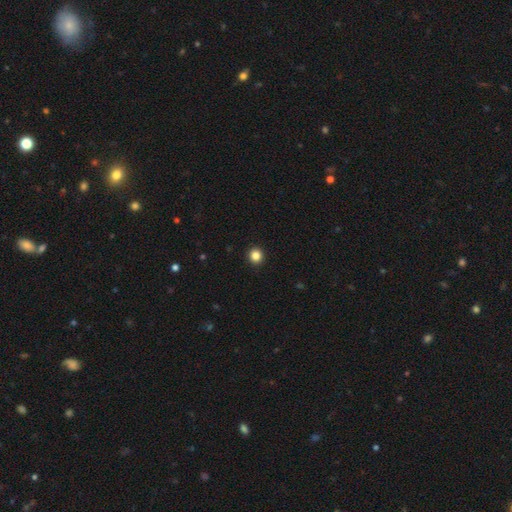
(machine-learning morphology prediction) smooth-or-featured: smooth: 85% | star or artifact: 11% | featured or disk: 4%
  how-rounded: round: 90% | in between: 9% | cigar-shaped: 1%
  merging: none: 93% | minor disturbance: 4% | major disturbance: 2% | merger: 1%